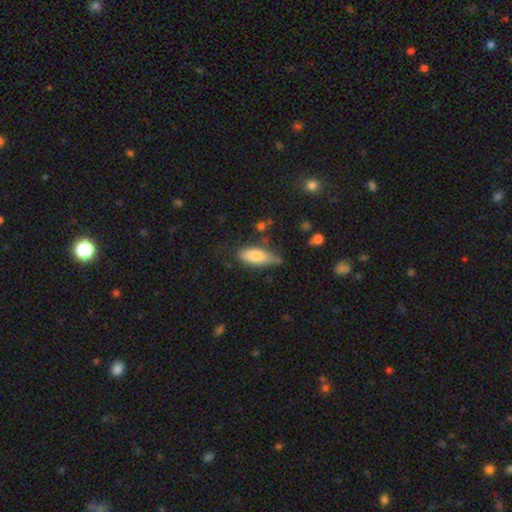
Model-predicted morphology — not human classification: A smooth galaxy with no disk features (79%) that is in between round and cigar-shaped (78%). Merging: none (53%).